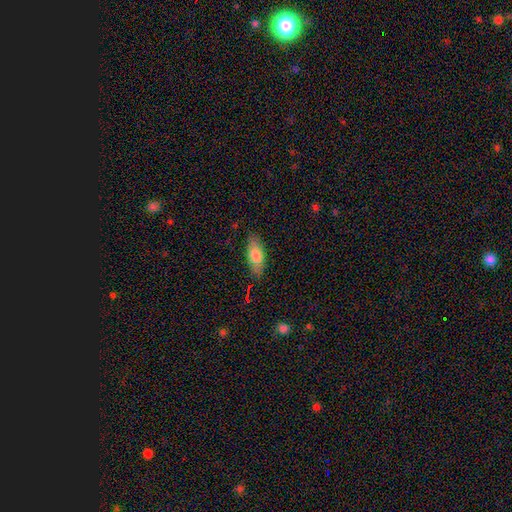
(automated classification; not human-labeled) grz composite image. It shows a smooth galaxy with no disk features (76%) that is in between round and cigar-shaped (77%). Merging: none (81%).